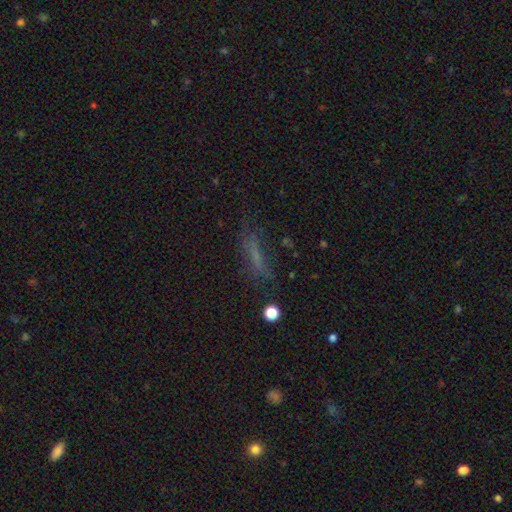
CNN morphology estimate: A smooth galaxy with no disk features (53%) that is cigar-shaped (76%).

Vote fractions:
- Smooth or featured? smooth: 53% / featured or disk: 24% / star or artifact: 23%
- How rounded? cigar-shaped: 76% / in between: 20% / round: 4%
- Merging? none: 64% / minor disturbance: 20% / major disturbance: 13% / merger: 3%